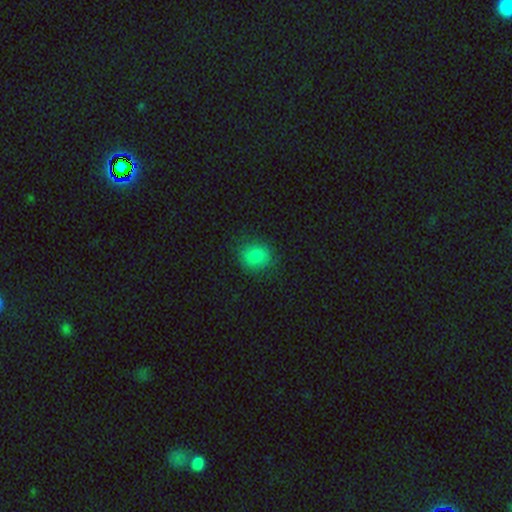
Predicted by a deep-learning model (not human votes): Overall: smooth (85%). How rounded: round (78%). Merging: none (83%).